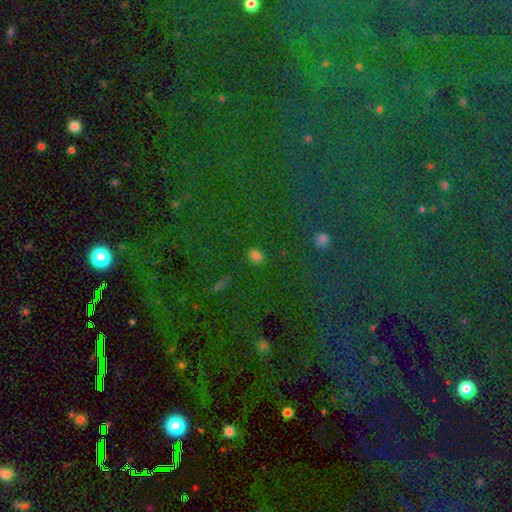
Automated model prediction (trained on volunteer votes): A smooth galaxy with no disk features (74%) that is in between round and cigar-shaped (55%).

Vote fractions:
- Smooth or featured? smooth: 74% / star or artifact: 20% / featured or disk: 6%
- How rounded? in between: 55% / round: 43% / cigar-shaped: 2%
- Merging? none: 84% / minor disturbance: 11% / major disturbance: 3% / merger: 2%